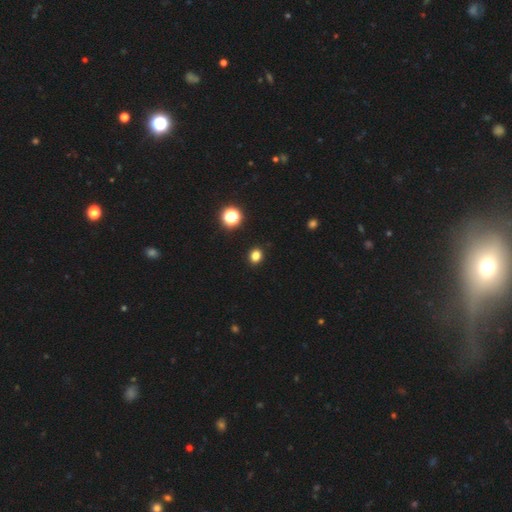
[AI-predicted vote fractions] smooth-or-featured: smooth: 81% | star or artifact: 15% | featured or disk: 4%
  how-rounded: round: 63% | in between: 36% | cigar-shaped: 1%
  merging: none: 91% | minor disturbance: 6% | major disturbance: 2% | merger: 1%